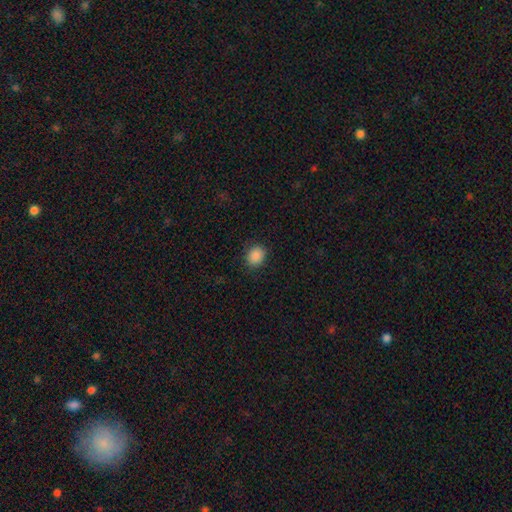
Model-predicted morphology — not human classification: smooth-or-featured: smooth: 88% | star or artifact: 9% | featured or disk: 3%
  how-rounded: round: 58% | in between: 41% | cigar-shaped: 1%
  merging: none: 87% | minor disturbance: 10% | major disturbance: 3% | merger: 1%